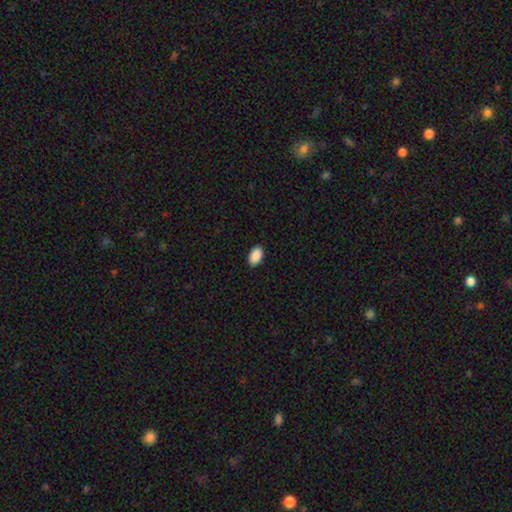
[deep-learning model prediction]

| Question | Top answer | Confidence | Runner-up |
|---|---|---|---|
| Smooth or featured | smooth | 91% | star or artifact (7%) |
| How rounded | in between | 93% | round (6%) |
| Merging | none | 90% | minor disturbance (7%) |